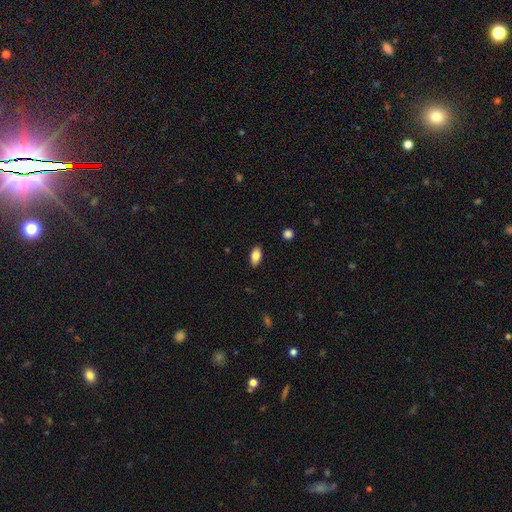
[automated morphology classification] smooth_or_featured: smooth (p=0.81) [alt: featured or disk p=0.11]
how_rounded: in between (p=0.91) [alt: round p=0.05]
merging: none (p=0.88) [alt: minor disturbance p=0.09]